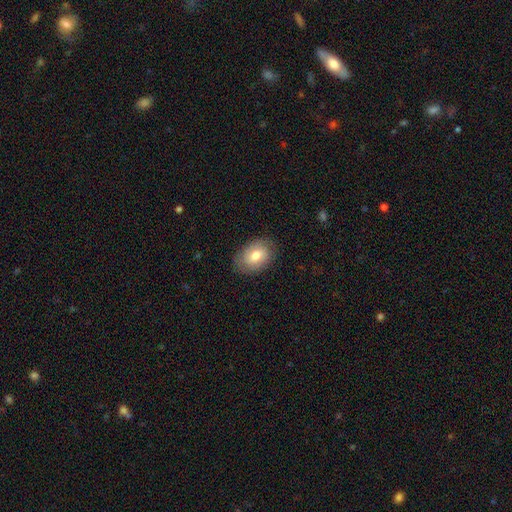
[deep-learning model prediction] A smooth galaxy with no disk features (69%) that is in between round and cigar-shaped (82%).

Vote fractions:
- Smooth or featured? smooth: 69% / featured or disk: 24% / star or artifact: 7%
- How rounded? in between: 82% / round: 17% / cigar-shaped: 1%
- Merging? none: 82% / minor disturbance: 14% / major disturbance: 3% / merger: 1%